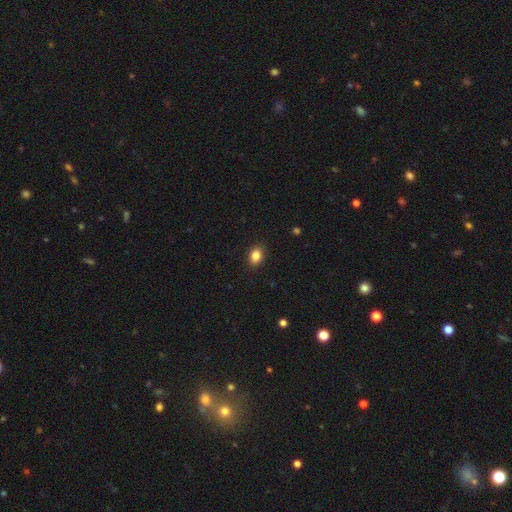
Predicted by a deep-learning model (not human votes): smooth_or_featured: smooth (p=0.85) [alt: star or artifact p=0.09]
how_rounded: in between (p=0.68) [alt: round p=0.31]
merging: none (p=0.90) [alt: minor disturbance p=0.08]